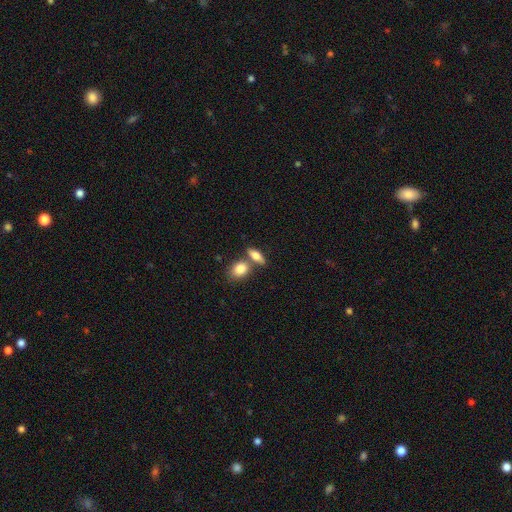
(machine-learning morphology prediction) This appears to be a smooth galaxy with no disk features (74%) that is in between round and cigar-shaped (72%). Merging: none (55%).